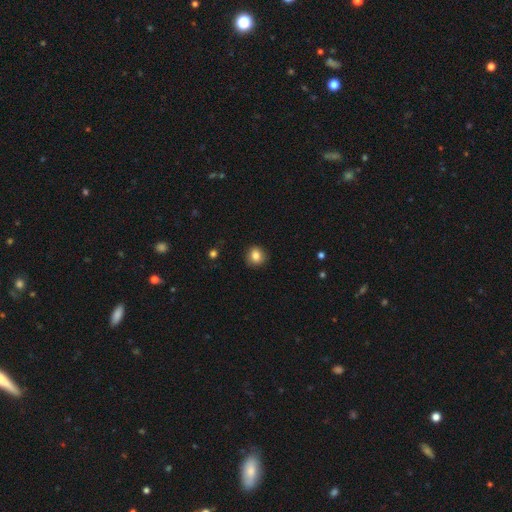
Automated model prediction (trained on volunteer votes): Smooth or featured: smooth — 84% (star or artifact — 10%)
How rounded: round — 82% (in between — 17%)
Merging: none — 88% (minor disturbance — 9%)